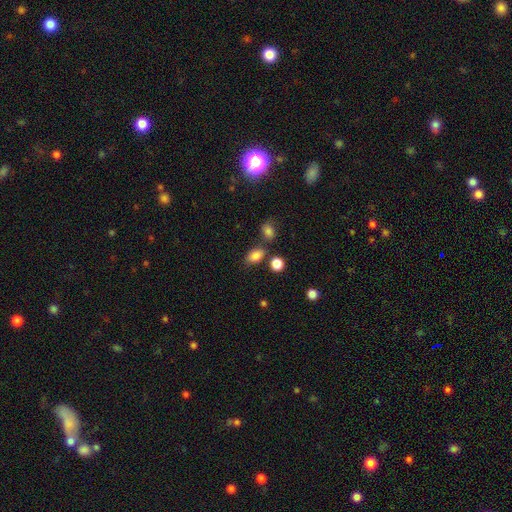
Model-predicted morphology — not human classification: Overall: smooth (83%). How rounded: in between (84%). Merging: none (70%).